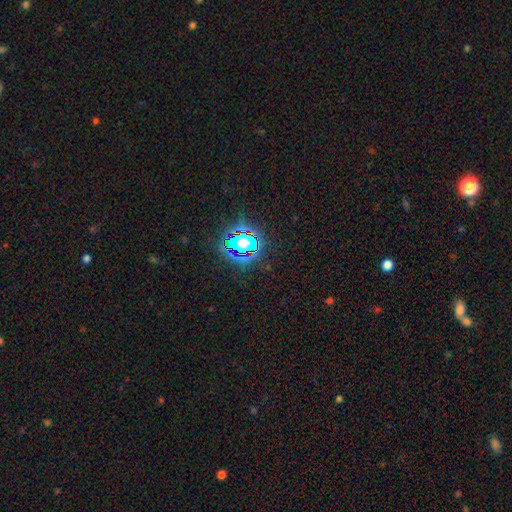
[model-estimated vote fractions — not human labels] smooth-or-featured: star or artifact: 79% | smooth: 13% | featured or disk: 8%